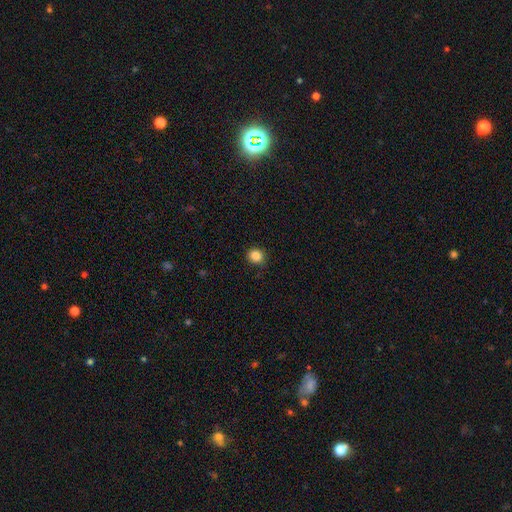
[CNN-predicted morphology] Q: Smooth or featured?
A: smooth (85%); runner-up: star or artifact (11%)
Q: How rounded?
A: round (87%); runner-up: in between (12%)
Q: Merging?
A: none (89%); runner-up: minor disturbance (8%)